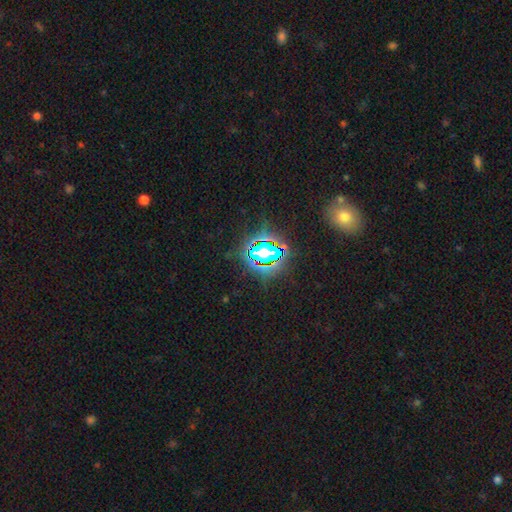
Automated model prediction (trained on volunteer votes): Smooth or featured?
  - star or artifact: 74% *
  - smooth: 15%
  - featured or disk: 11%